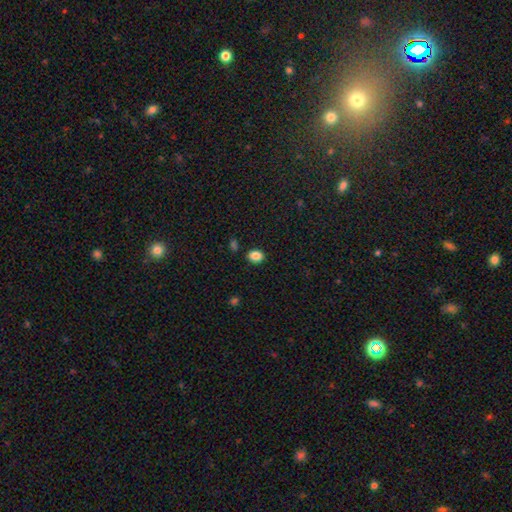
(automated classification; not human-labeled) Smooth or featured: smooth — 85% (star or artifact — 10%)
How rounded: in between — 64% (round — 35%)
Merging: none — 86% (minor disturbance — 9%)